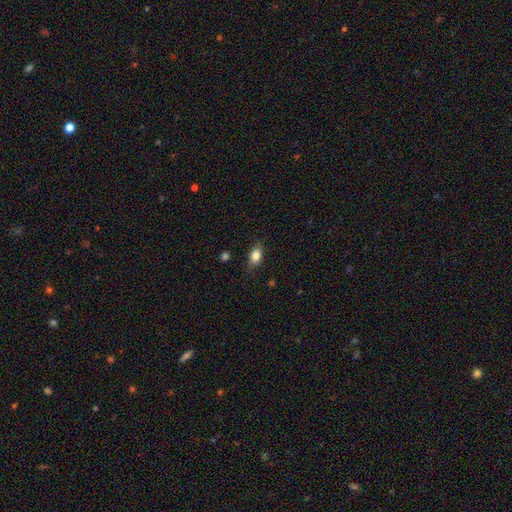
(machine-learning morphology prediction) smooth-or-featured: smooth: 83% | star or artifact: 9% | featured or disk: 9%
  how-rounded: in between: 81% | round: 15% | cigar-shaped: 4%
  merging: none: 82% | minor disturbance: 14% | major disturbance: 3% | merger: 1%